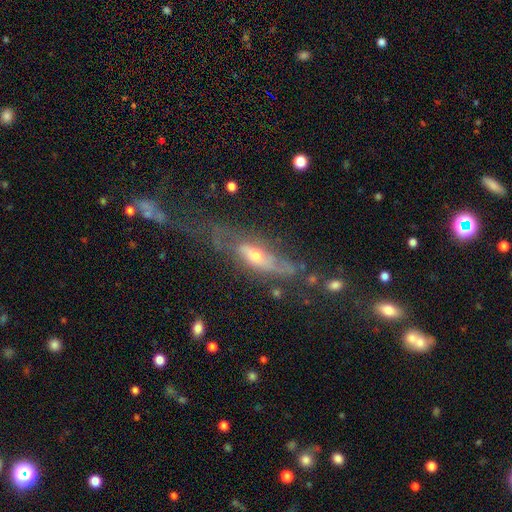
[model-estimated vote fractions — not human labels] Smooth or featured? Predicted: featured or disk (p=0.65). Edge-on disk? Predicted: no (p=0.61). Merging? Predicted: none (p=0.36).